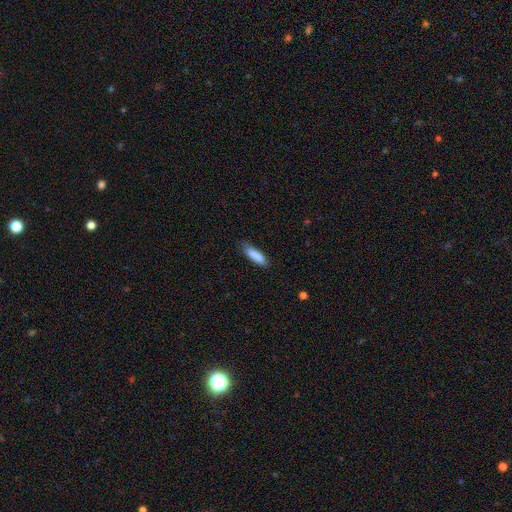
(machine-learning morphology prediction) This is clearly a smooth galaxy (86%). How rounded: likely cigar-shaped (65%). Merging: likely none (75%).